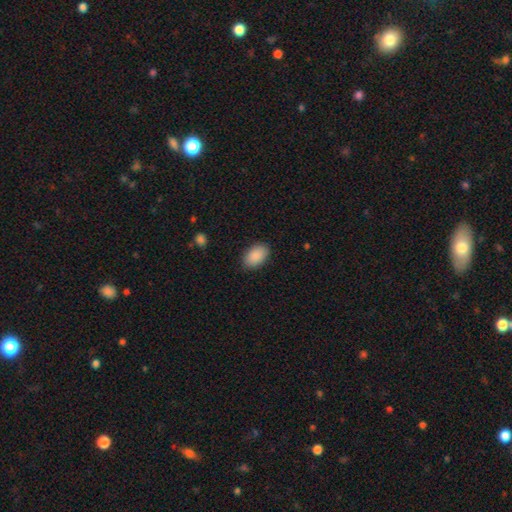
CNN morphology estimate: Q: Smooth or featured?
A: smooth (90%); runner-up: star or artifact (6%)
Q: How rounded?
A: in between (93%); runner-up: round (6%)
Q: Merging?
A: none (87%); runner-up: minor disturbance (9%)